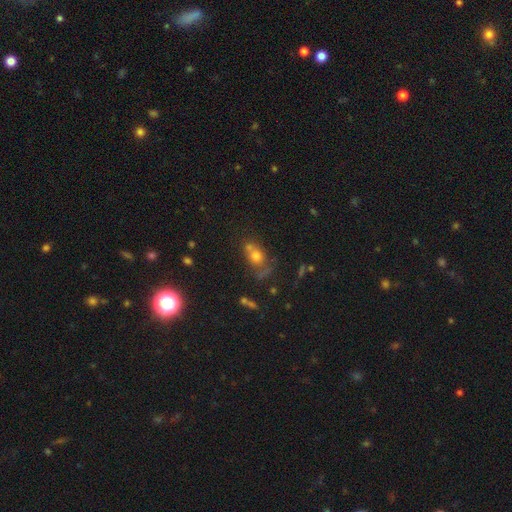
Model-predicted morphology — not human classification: The model was most divided on "merging": none: 39%, merger: 36%, minor disturbance: 15%, major disturbance: 10%. More confident: smooth or featured — smooth (66%); how rounded — round (57%).